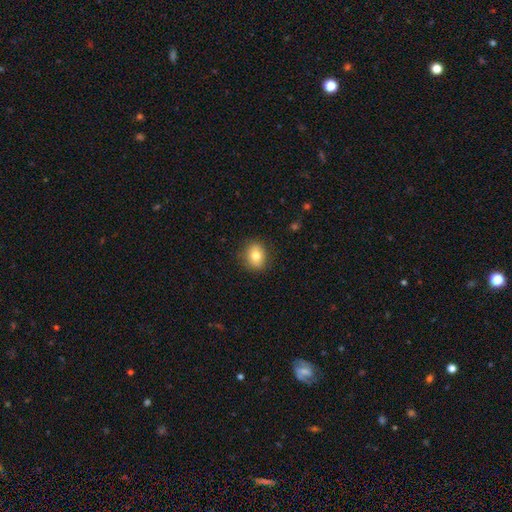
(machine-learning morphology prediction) This is likely a smooth galaxy (77%). How rounded: likely round (67%). Merging: clearly none (85%).